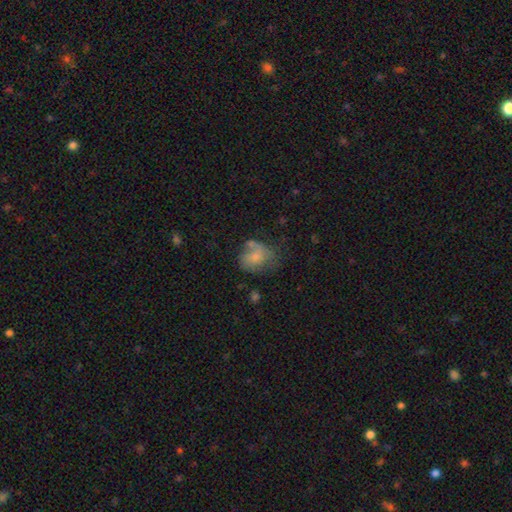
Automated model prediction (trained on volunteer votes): smooth_or_featured: smooth (p=0.60) [alt: featured or disk p=0.30]
how_rounded: in between (p=0.51) [alt: round p=0.48]
merging: none (p=0.37) [alt: minor disturbance p=0.29]